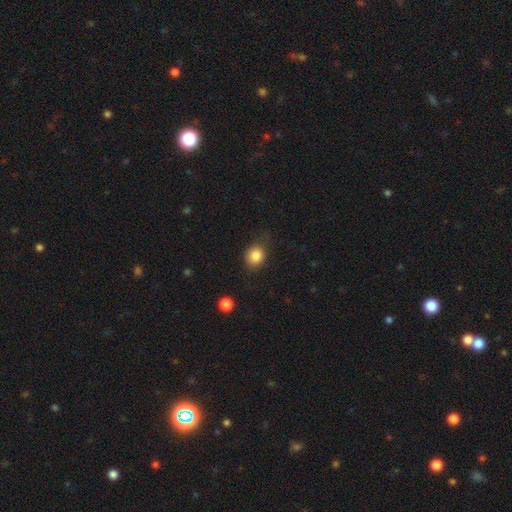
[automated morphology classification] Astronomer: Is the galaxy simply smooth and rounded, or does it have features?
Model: smooth — 84%.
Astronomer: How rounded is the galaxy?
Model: round — 68%.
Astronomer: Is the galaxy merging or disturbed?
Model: none — 76%.